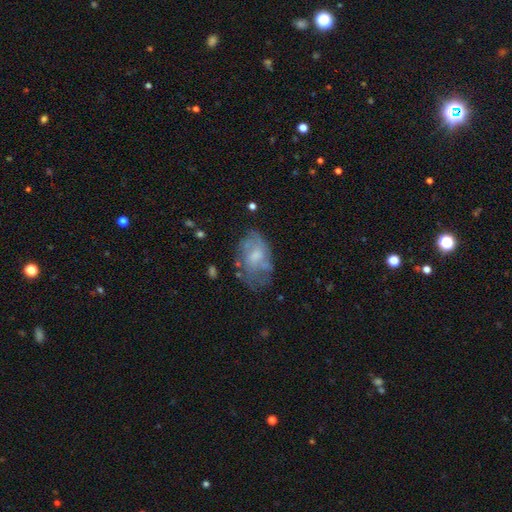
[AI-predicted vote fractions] Morphology: type=featured or disk (51%); edge-on=no (96%); merging=none (49%).